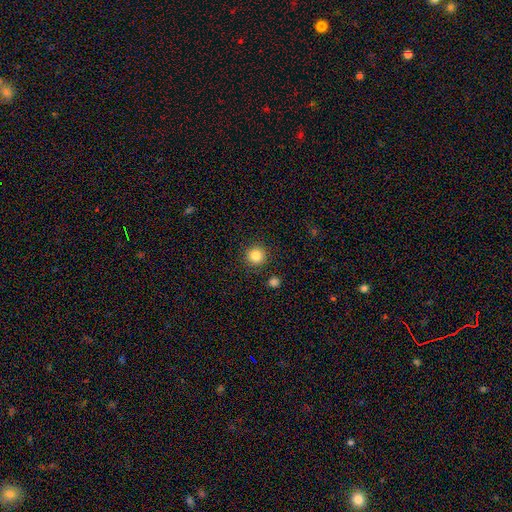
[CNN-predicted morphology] A smooth galaxy with no disk features (85%) that is round (95%). Merging: none (90%).